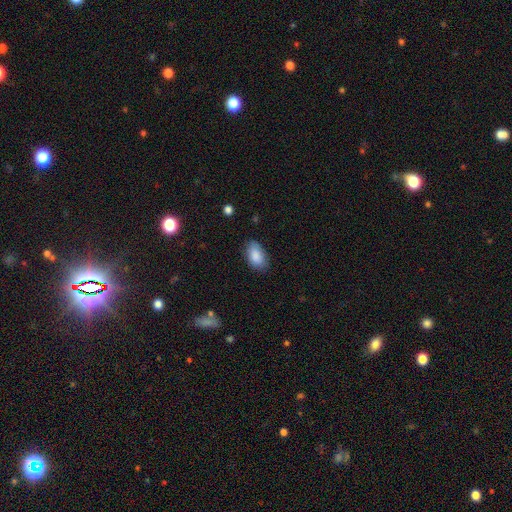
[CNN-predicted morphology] type=smooth (87%); roundness=in between (93%); merging=none (76%).